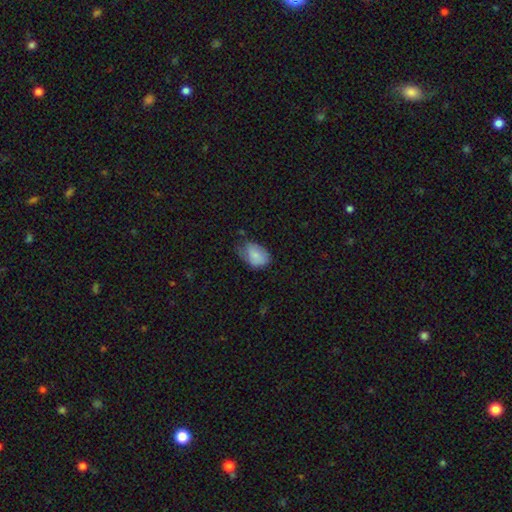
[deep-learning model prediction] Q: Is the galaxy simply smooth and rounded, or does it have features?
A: smooth — 79%.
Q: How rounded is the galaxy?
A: in between — 83%.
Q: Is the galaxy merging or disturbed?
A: none — 43%.